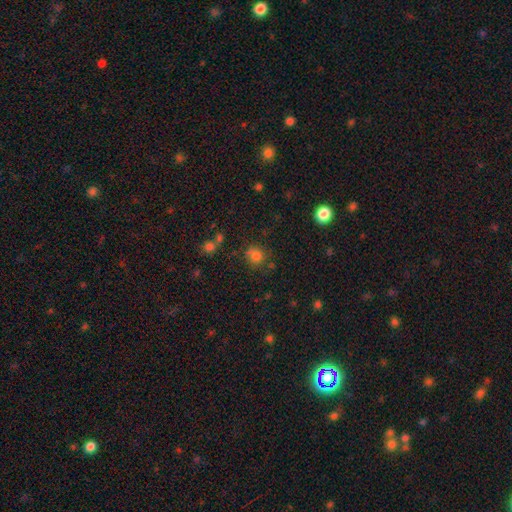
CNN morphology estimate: smooth-or-featured: smooth: 77% | star or artifact: 16% | featured or disk: 7%
  how-rounded: round: 81% | in between: 18% | cigar-shaped: 1%
  merging: none: 68% | minor disturbance: 17% | merger: 9% | major disturbance: 7%